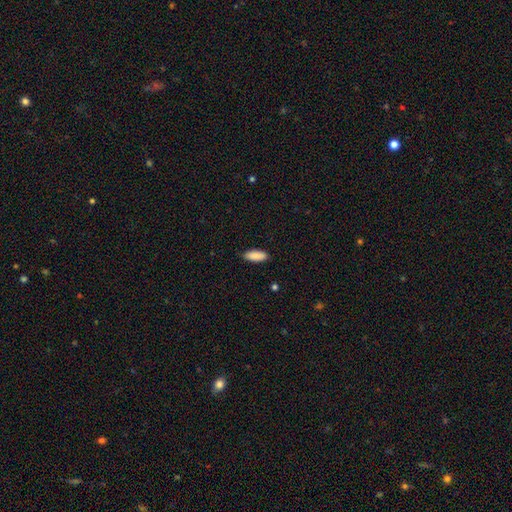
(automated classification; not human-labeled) A smooth galaxy with no disk features (90%) that is in between round and cigar-shaped (74%).

Vote fractions:
- Smooth or featured? smooth: 90% / star or artifact: 6% / featured or disk: 4%
- How rounded? in between: 74% / cigar-shaped: 24% / round: 2%
- Merging? none: 88% / minor disturbance: 10% / major disturbance: 2% / merger: 1%